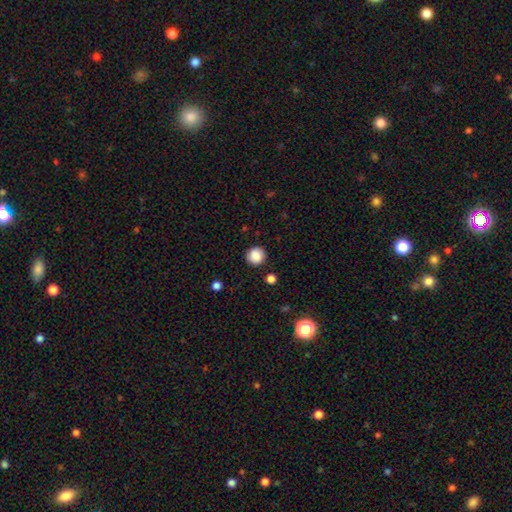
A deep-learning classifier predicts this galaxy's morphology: Smooth or featured? smooth (87%)
How rounded? round (93%)
Merging? none (89%)